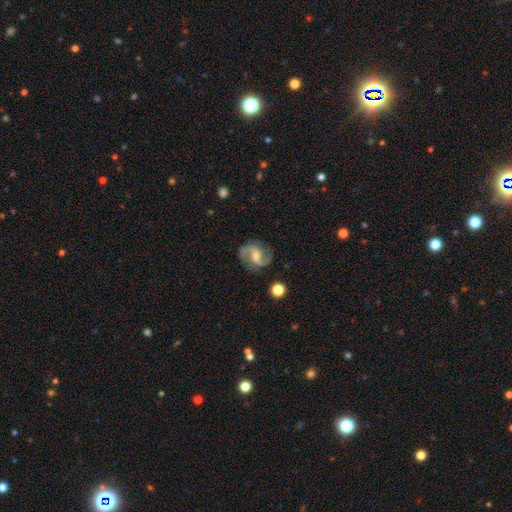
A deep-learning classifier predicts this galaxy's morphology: type=featured or disk (88%); edge-on=no (98%); bar=weak (45%); spiral arms=yes (97%); winding=medium (46%); arm count=2 (93%); bulge=small (48%); merging=none (83%).